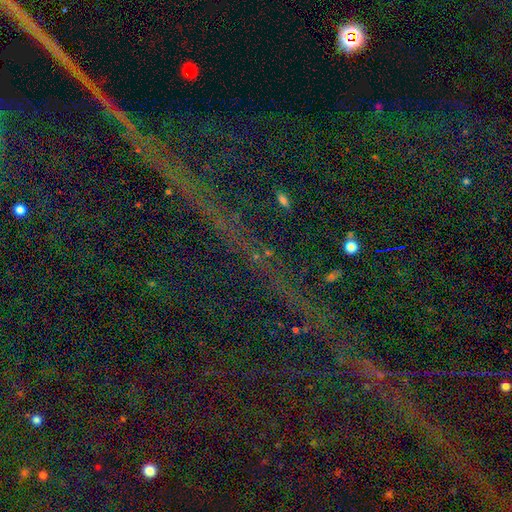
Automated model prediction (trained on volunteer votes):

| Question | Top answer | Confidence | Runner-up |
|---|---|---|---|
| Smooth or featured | star or artifact | 83% | featured or disk (9%) |